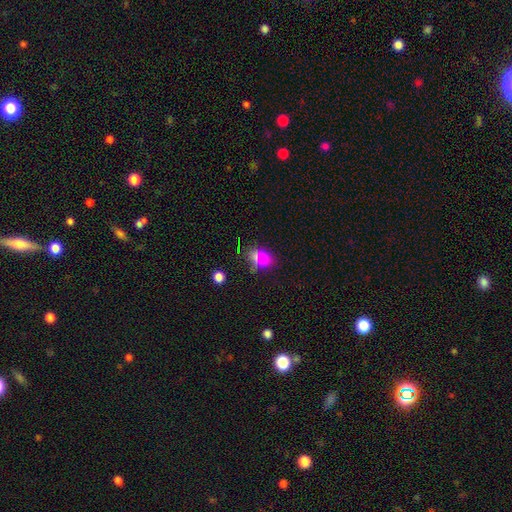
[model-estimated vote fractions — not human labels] This is likely a smooth galaxy (62%). How rounded: possibly in between (50%). Merging: possibly none (46%).